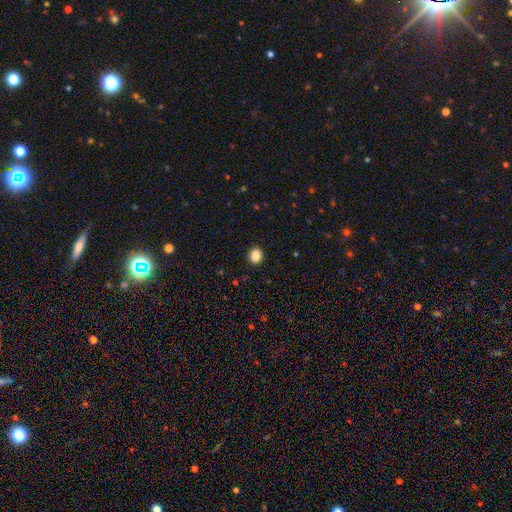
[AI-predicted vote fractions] smooth 88%, star or artifact 9%, featured or disk 3%. Down the decision tree: how rounded — round (54%); merging — none (91%).